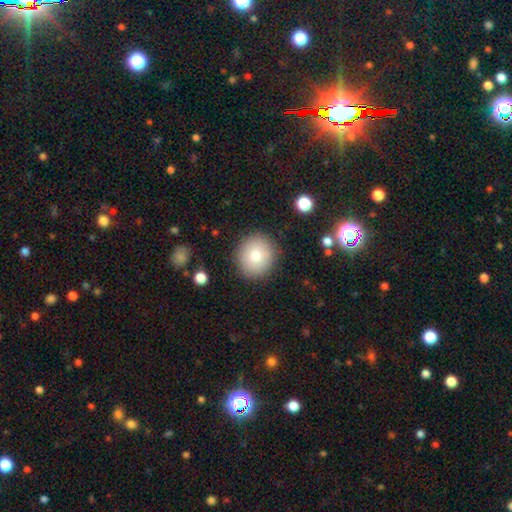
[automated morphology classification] This appears to be a smooth galaxy with no disk features (79%) that is round (86%). Merging: none (87%).